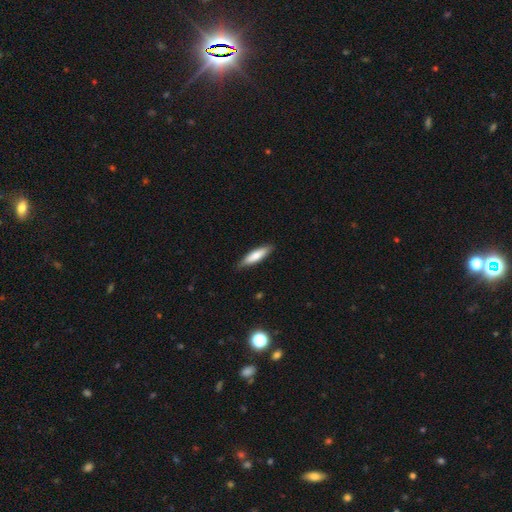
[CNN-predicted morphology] Smooth or featured? Predicted: smooth (p=0.74). How rounded? Predicted: cigar-shaped (p=0.67). Merging? Predicted: none (p=0.85).